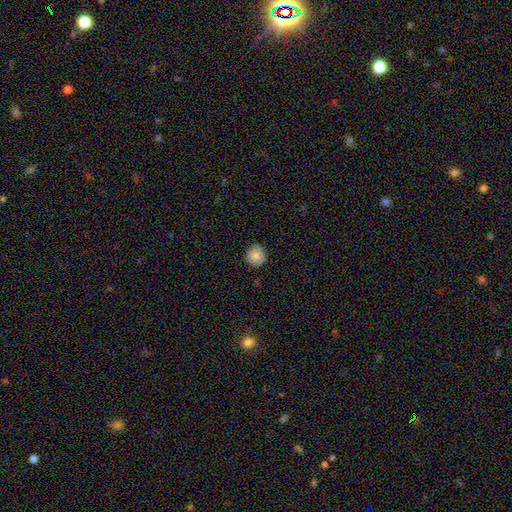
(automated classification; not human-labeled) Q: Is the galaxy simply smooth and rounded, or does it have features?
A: smooth — 87%.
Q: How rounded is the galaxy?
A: round — 88%.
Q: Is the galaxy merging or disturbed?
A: none — 89%.